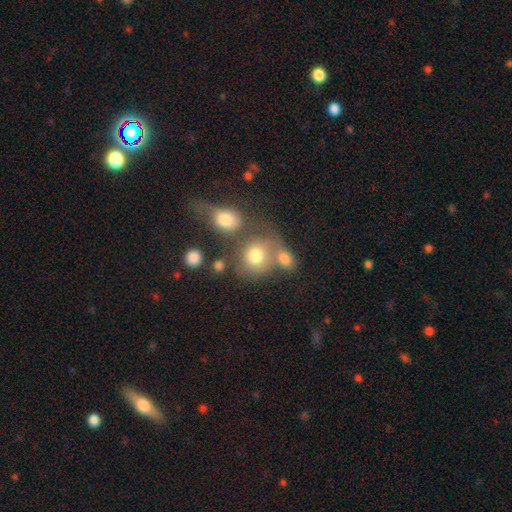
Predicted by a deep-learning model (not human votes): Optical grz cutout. It shows a smooth galaxy with no disk features (74%) that is round (71%). Merging: none (41%).